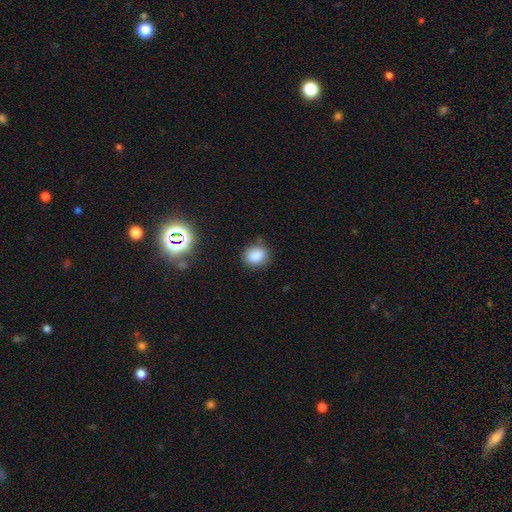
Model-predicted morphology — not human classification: Smooth or featured? smooth (84%)
How rounded? round (62%)
Merging? none (78%)